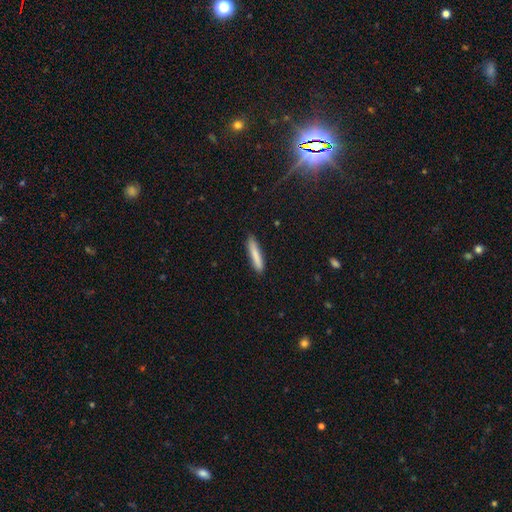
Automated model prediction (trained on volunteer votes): Overall: smooth (83%). How rounded: cigar-shaped (90%). Merging: none (88%).